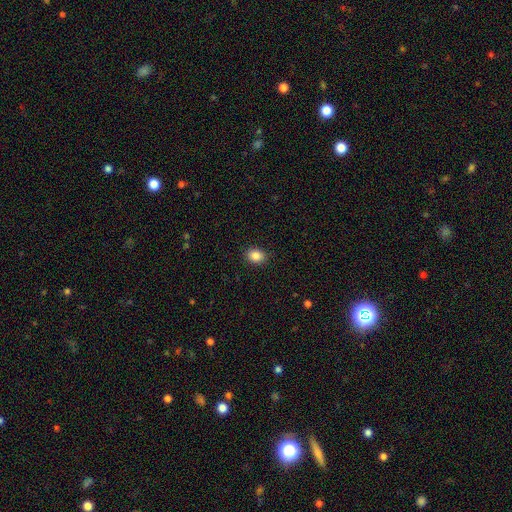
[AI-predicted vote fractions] Smooth or featured: smooth — 86% (star or artifact — 9%)
How rounded: in between — 60% (round — 40%)
Merging: none — 89% (minor disturbance — 8%)